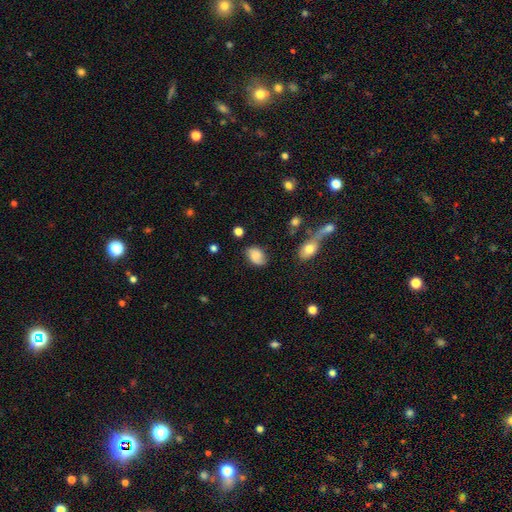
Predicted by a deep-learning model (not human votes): smooth 74%, featured or disk 17%, star or artifact 9%. Down the decision tree: how rounded — in between (83%); merging — none (71%).